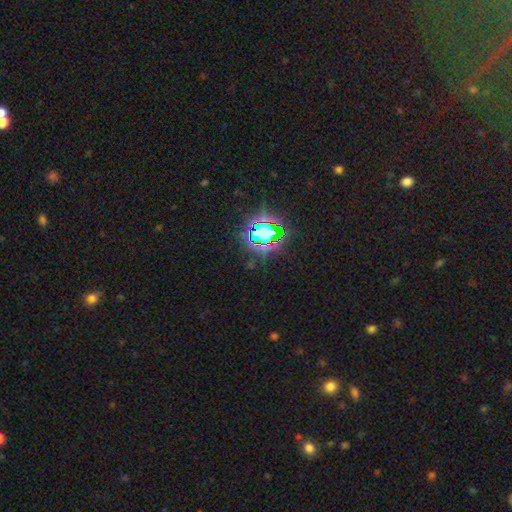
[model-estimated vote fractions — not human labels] Smooth or featured?
  - star or artifact: 80% *
  - smooth: 13%
  - featured or disk: 7%